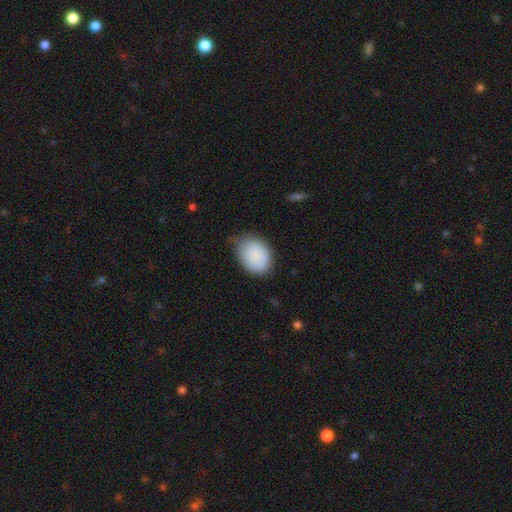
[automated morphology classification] Smooth or featured: smooth — 87% (star or artifact — 6%)
How rounded: in between — 73% (round — 26%)
Merging: none — 51% (minor disturbance — 38%)